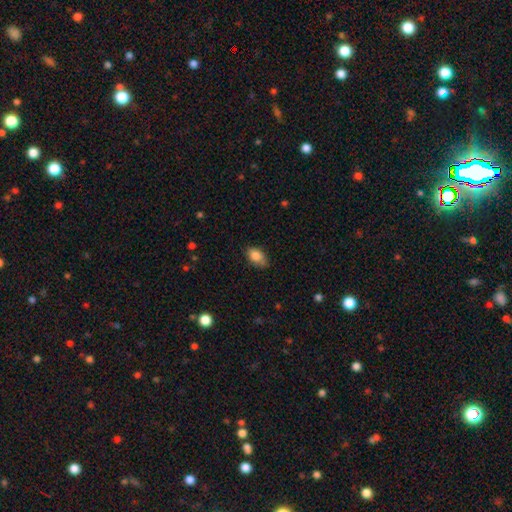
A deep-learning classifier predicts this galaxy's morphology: A smooth galaxy with no disk features (85%) that is in between round and cigar-shaped (89%). Merging: none (72%).